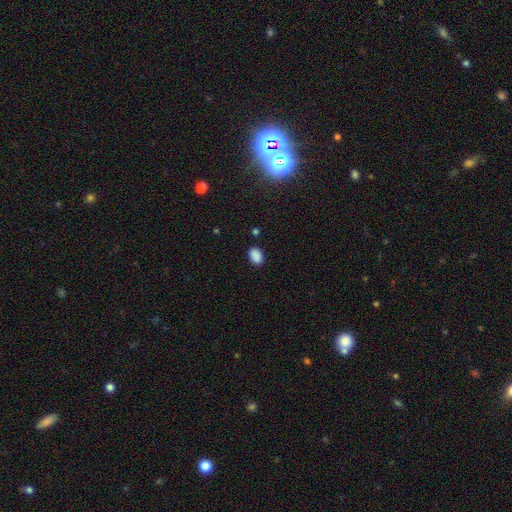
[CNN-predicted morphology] The model was most divided on "how rounded": in between: 85%, round: 14%, cigar-shaped: 1%. More confident: smooth or featured — smooth (88%); merging — none (85%).